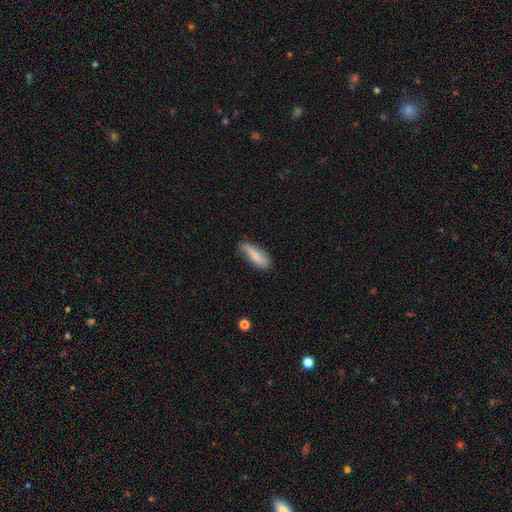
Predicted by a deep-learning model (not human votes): Smooth or featured?
  - smooth: 76% *
  - featured or disk: 18%
  - star or artifact: 6%
How rounded?
  - in between: 57% *
  - cigar-shaped: 41%
  - round: 2%
Merging?
  - none: 64% *
  - minor disturbance: 28%
  - major disturbance: 6%
  - merger: 2%